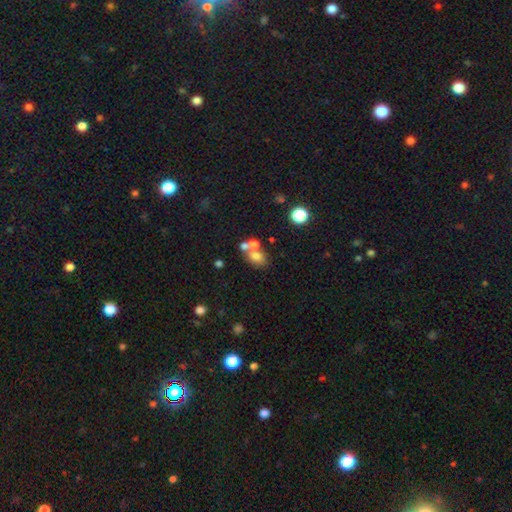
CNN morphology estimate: Smooth or featured? Predicted: smooth (p=0.66). How rounded? Predicted: in between (p=0.61). Merging? Predicted: merger (p=0.49).